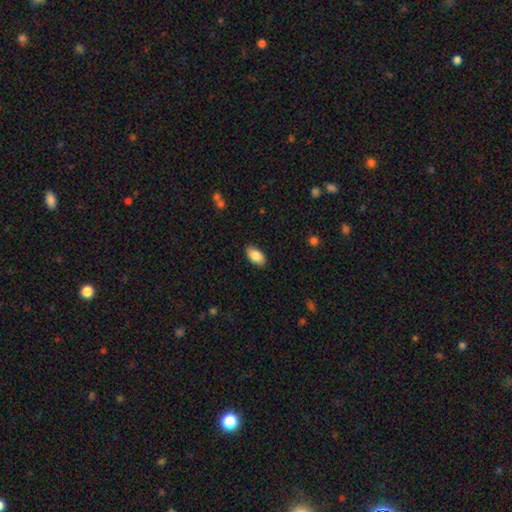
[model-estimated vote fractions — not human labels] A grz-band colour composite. It shows a smooth galaxy with no disk features (85%) that is in between round and cigar-shaped (94%). Merging: none (87%).